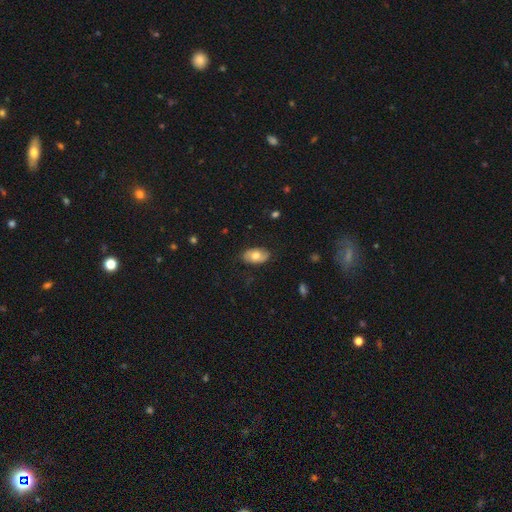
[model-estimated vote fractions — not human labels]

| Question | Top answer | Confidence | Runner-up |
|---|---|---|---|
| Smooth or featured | smooth | 67% | featured or disk (26%) |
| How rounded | in between | 93% | round (5%) |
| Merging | none | 82% | minor disturbance (14%) |